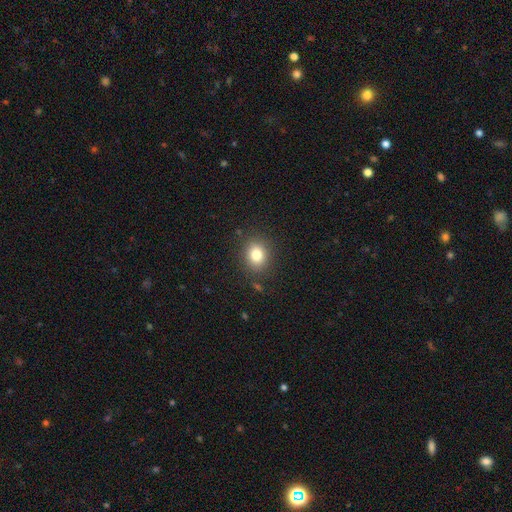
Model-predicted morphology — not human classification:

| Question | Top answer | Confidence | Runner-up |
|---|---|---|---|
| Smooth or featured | smooth | 82% | star or artifact (11%) |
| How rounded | round | 66% | in between (33%) |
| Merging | none | 86% | minor disturbance (9%) |